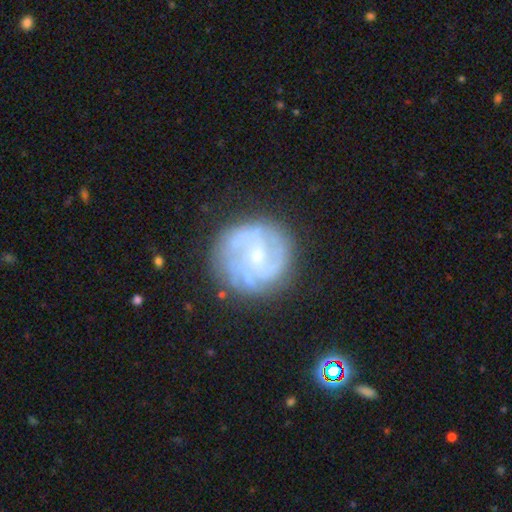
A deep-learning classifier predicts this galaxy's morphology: Smooth or featured? Predicted: featured or disk (p=0.76). Edge-on disk? Predicted: no (p=0.98). Bar? Predicted: no (p=0.55). Spiral arms? Predicted: yes (p=0.88). Spiral winding? Predicted: tight (p=0.52). Spiral arm count? Predicted: can't tell (p=0.34). Bulge size? Predicted: small (p=0.67). Merging? Predicted: none (p=0.74).